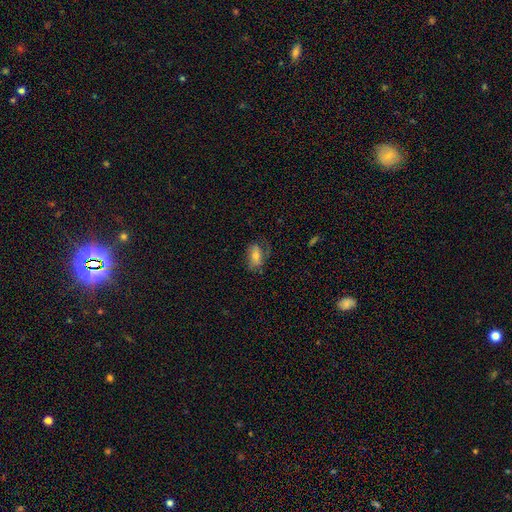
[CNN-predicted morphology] This appears to be a smooth galaxy with no disk features (52%) that is in between round and cigar-shaped (84%). Merging: none (56%).